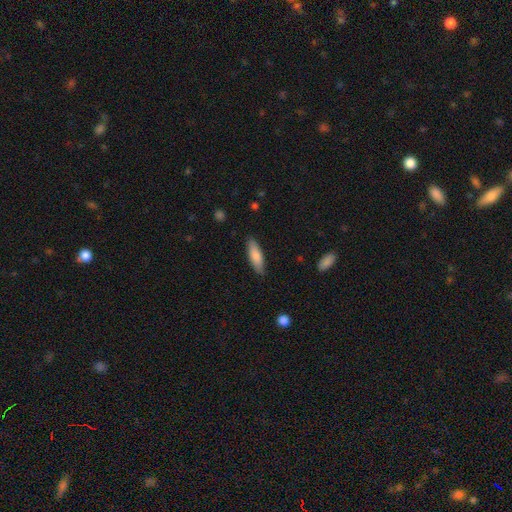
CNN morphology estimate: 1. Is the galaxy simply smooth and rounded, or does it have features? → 78% smooth, 17% featured or disk, 6% star or artifact.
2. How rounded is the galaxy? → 54% cigar-shaped, 44% in between, 2% round.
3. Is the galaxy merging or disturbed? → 86% none, 10% minor disturbance, 2% major disturbance, 1% merger.